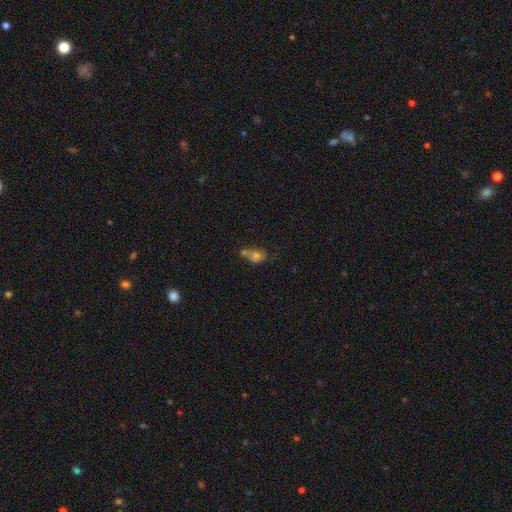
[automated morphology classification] Smooth or featured: smooth — 55% (featured or disk — 27%)
How rounded: in between — 62% (round — 34%)
Merging: merger — 38% (none — 31%)